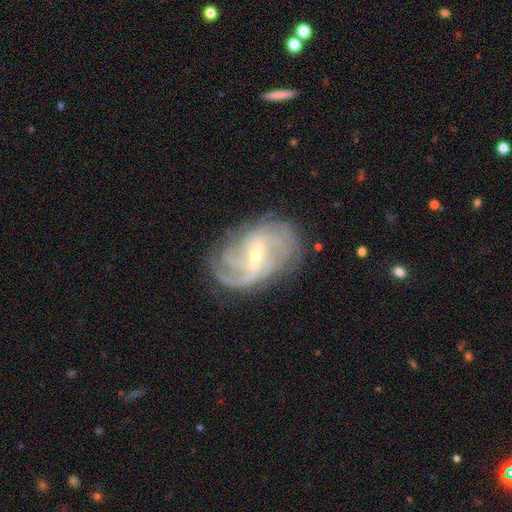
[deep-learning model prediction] This is clearly a featured or disk galaxy (89%). It is clearly not viewed edge-on (97%). Bar: possibly weak (46%). Spiral arm pattern: clearly yes (97%). Spiral arm count: marginally can't tell (24%). Spiral winding: marginally medium (41%). Central bulge: likely small (73%). Merging: likely none (75%).